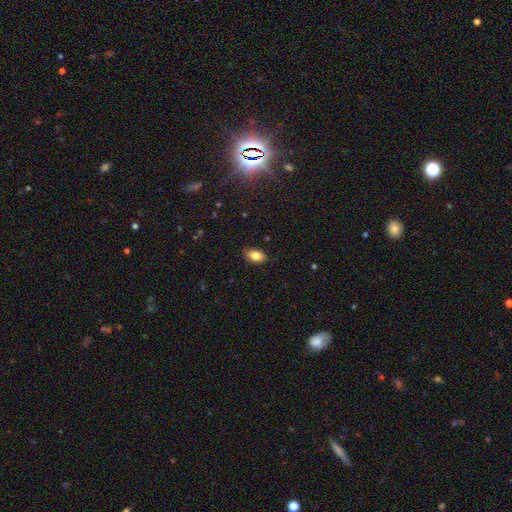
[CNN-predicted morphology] Overall: smooth (83%). How rounded: in between (91%). Merging: none (85%).